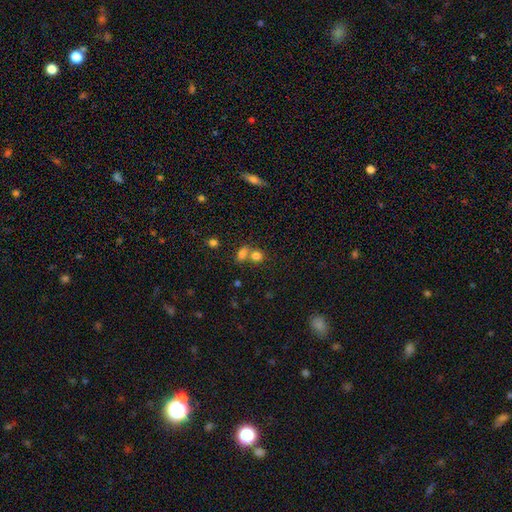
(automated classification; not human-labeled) Smooth or featured: smooth — 79% (star or artifact — 13%)
How rounded: round — 64% (in between — 35%)
Merging: merger — 46% (none — 42%)